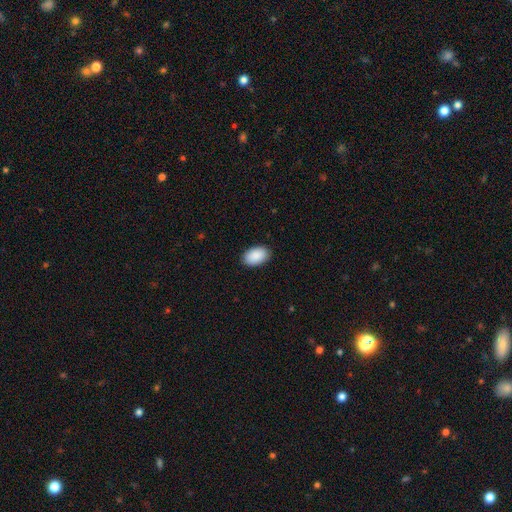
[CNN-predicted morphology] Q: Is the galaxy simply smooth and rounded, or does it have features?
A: smooth — 91%.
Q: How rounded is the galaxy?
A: in between — 94%.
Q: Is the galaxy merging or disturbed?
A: none — 90%.